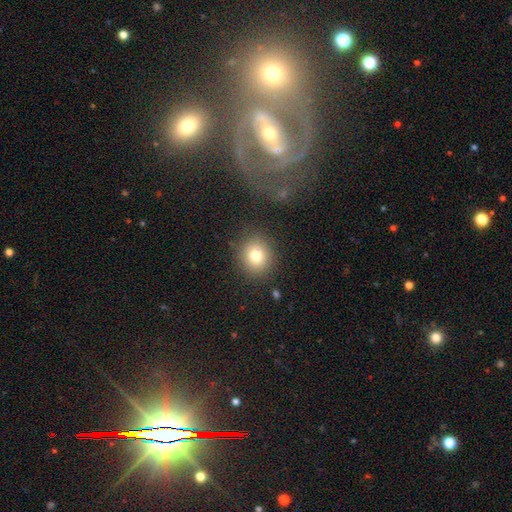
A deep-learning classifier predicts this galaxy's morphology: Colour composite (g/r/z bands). It shows a smooth galaxy with no disk features (78%) that is round (79%). Merging: none (85%).